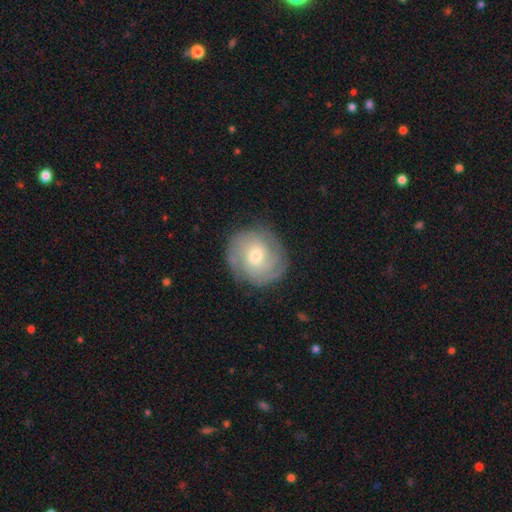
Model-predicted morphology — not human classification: smooth_or_featured: featured or disk (p=0.68) [alt: smooth p=0.25]
disk_edge_on: no (p=0.97) [alt: yes p=0.03]
bar: no (p=0.59) [alt: weak p=0.34]
has_spiral_arms: yes (p=0.89) [alt: no p=0.11]
spiral_winding: tight (p=0.63) [alt: medium p=0.28]
spiral_arm_count: can't tell (p=0.35) [alt: 2 p=0.27]
bulge_size: moderate (p=0.58) [alt: small p=0.38]
merging: none (p=0.82) [alt: minor disturbance p=0.13]